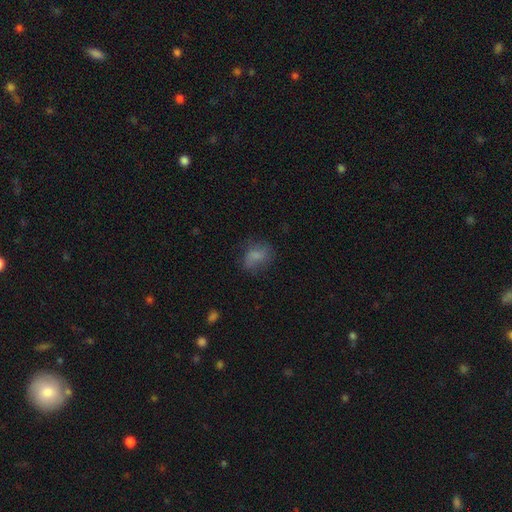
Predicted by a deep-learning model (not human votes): smooth_or_featured: smooth (p=0.71) [alt: featured or disk p=0.18]
how_rounded: in between (p=0.66) [alt: round p=0.31]
merging: none (p=0.58) [alt: minor disturbance p=0.25]